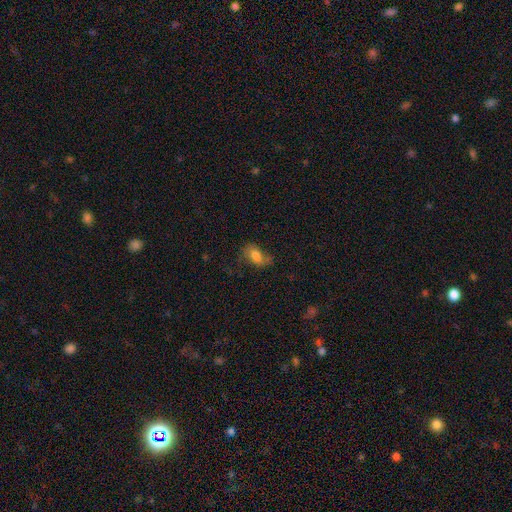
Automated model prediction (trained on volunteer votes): Smooth or featured: smooth — 61% (featured or disk — 28%)
How rounded: in between — 83% (round — 14%)
Merging: none — 50% (minor disturbance — 27%)